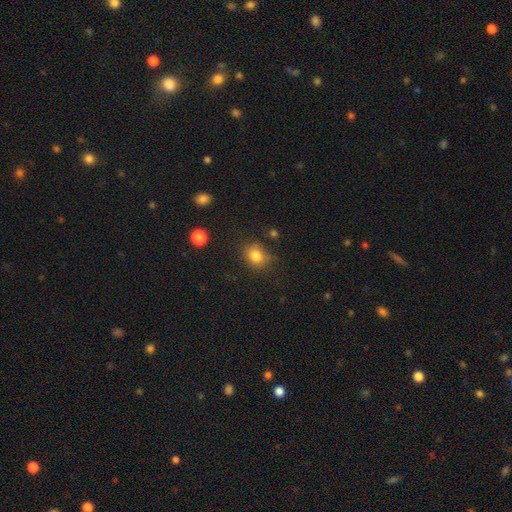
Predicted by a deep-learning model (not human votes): smooth_or_featured: smooth (p=0.82) [alt: star or artifact p=0.11]
how_rounded: round (p=0.62) [alt: in between p=0.37]
merging: none (p=0.77) [alt: minor disturbance p=0.16]